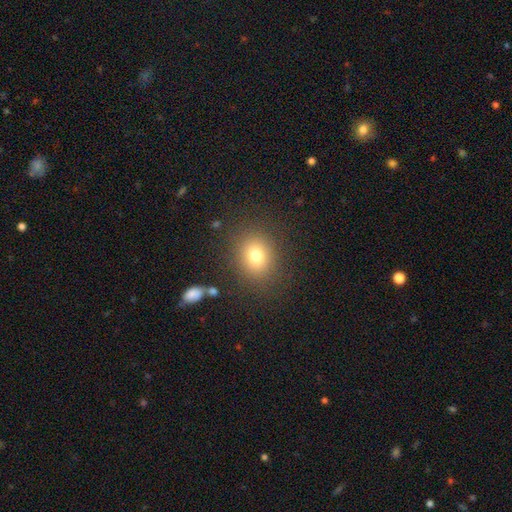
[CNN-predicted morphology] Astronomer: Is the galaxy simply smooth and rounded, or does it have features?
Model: smooth — 77%.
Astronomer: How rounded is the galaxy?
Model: round — 63%.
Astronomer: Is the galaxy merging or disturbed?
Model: none — 85%.